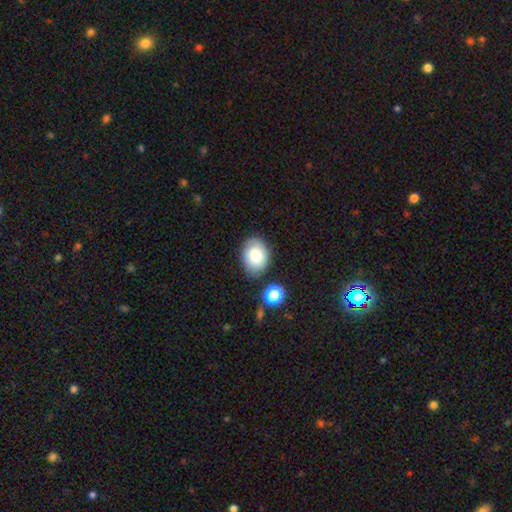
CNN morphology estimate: A smooth galaxy with no disk features (83%) that is in between round and cigar-shaped (69%).

Vote fractions:
- Smooth or featured? smooth: 83% / featured or disk: 9% / star or artifact: 8%
- How rounded? in between: 69% / round: 30% / cigar-shaped: 1%
- Merging? none: 76% / minor disturbance: 15% / merger: 5% / major disturbance: 4%